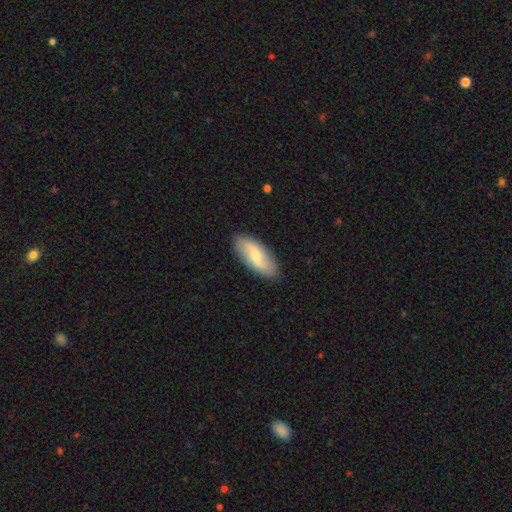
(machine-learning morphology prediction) A smooth galaxy with no disk features (50%).

Vote fractions:
- Smooth or featured? smooth: 50% / featured or disk: 45% / star or artifact: 5%
- Merging? none: 88% / minor disturbance: 9% / major disturbance: 2% / merger: 1%